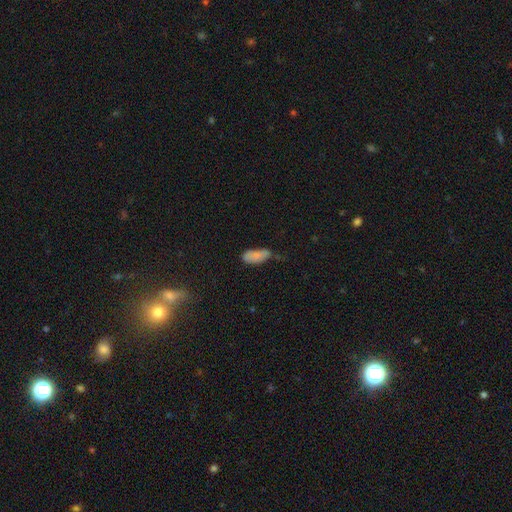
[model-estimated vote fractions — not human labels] Overall: smooth (81%). How rounded: in between (86%). Merging: minor disturbance (41%; none 38%).